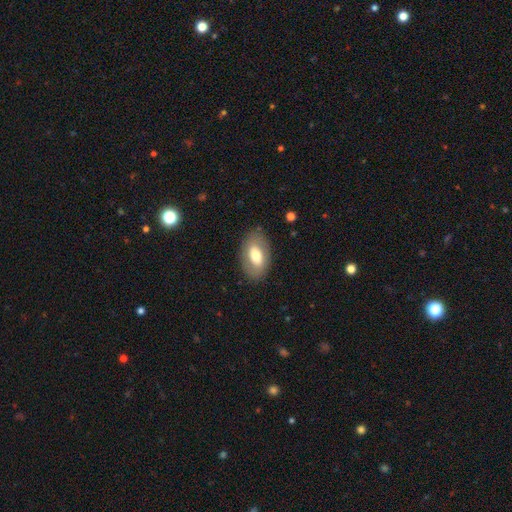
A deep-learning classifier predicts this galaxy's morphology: Q: Smooth or featured?
A: smooth (62%); runner-up: featured or disk (31%)
Q: How rounded?
A: in between (91%); runner-up: round (7%)
Q: Merging?
A: none (83%); runner-up: minor disturbance (12%)